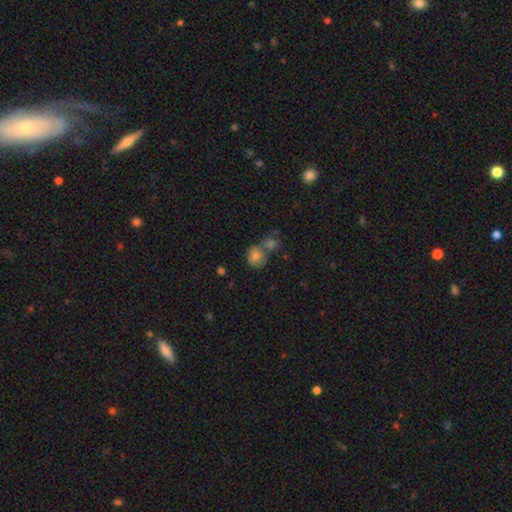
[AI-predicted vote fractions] smooth-or-featured: smooth: 79% | star or artifact: 11% | featured or disk: 10%
  how-rounded: round: 80% | in between: 19% | cigar-shaped: 1%
  merging: none: 49% | merger: 36% | minor disturbance: 11% | major disturbance: 4%